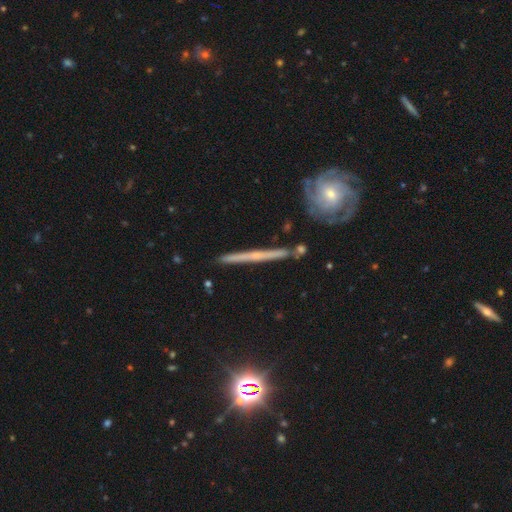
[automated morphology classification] smooth_or_featured: featured or disk (p=0.74) [alt: smooth p=0.17]
disk_edge_on: yes (p=0.88) [alt: no p=0.12]
edge_on_bulge: none (p=0.64) [alt: rounded p=0.31]
merging: none (p=0.84) [alt: minor disturbance p=0.10]